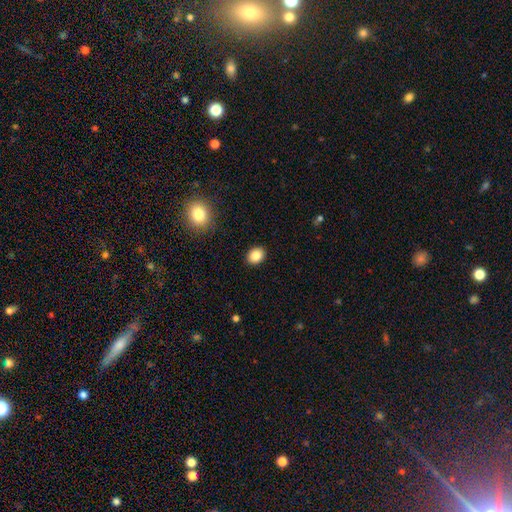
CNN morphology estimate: Smooth or featured? Predicted: smooth (p=0.84). How rounded? Predicted: in between (p=0.57). Merging? Predicted: none (p=0.90).